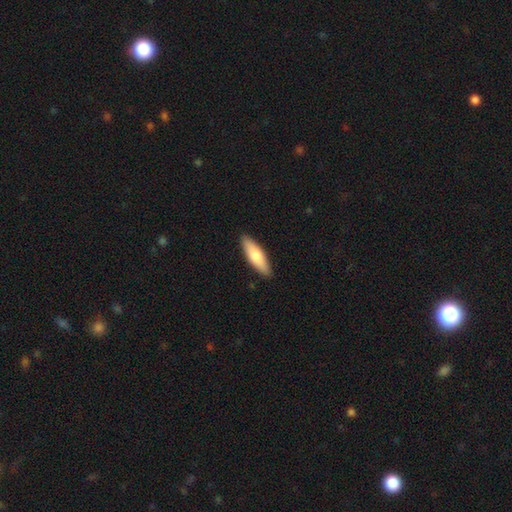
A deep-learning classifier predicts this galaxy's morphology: Smooth or featured? smooth (75%)
How rounded? cigar-shaped (50%)
Merging? none (89%)